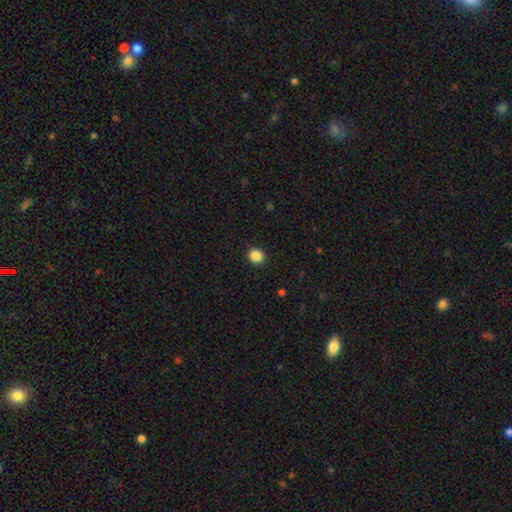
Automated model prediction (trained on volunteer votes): A smooth galaxy with no disk features (87%) that is round (80%). Merging: none (91%).